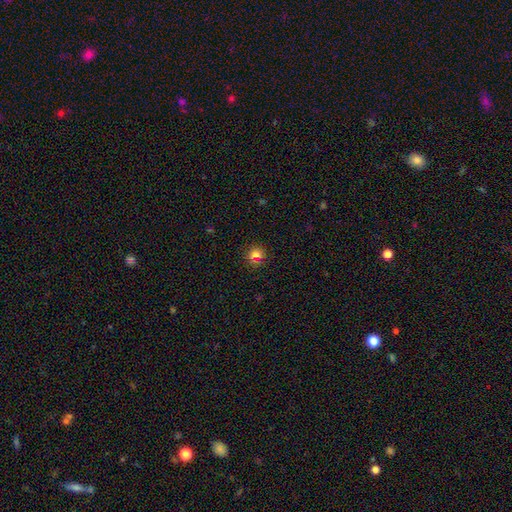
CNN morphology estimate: The model was most divided on "smooth or featured": smooth: 71%, star or artifact: 22%, featured or disk: 7%. More confident: how rounded — round (91%); merging — none (87%).